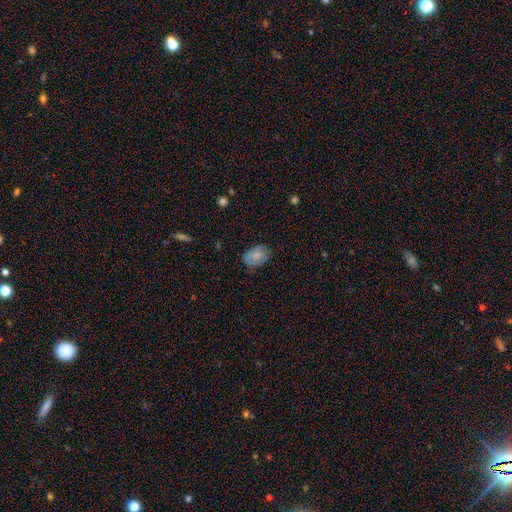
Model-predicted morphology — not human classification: smooth-or-featured: smooth: 72% | featured or disk: 20% | star or artifact: 8%
  how-rounded: in between: 82% | round: 17% | cigar-shaped: 1%
  merging: none: 73% | minor disturbance: 21% | major disturbance: 5% | merger: 1%